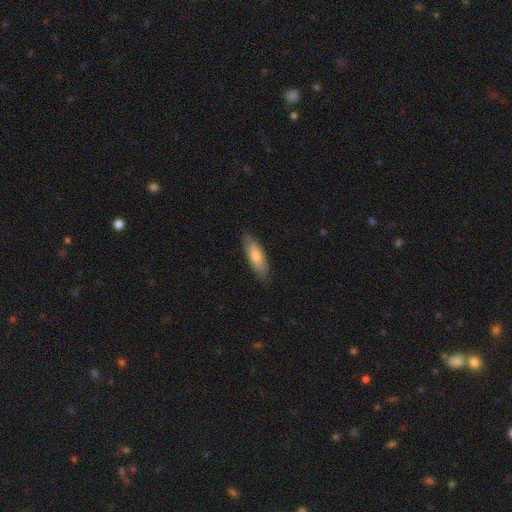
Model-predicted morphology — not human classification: A smooth galaxy with no disk features (71%) that is in between round and cigar-shaped (56%).

Vote fractions:
- Smooth or featured? smooth: 71% / featured or disk: 24% / star or artifact: 5%
- How rounded? in between: 56% / cigar-shaped: 43% / round: 2%
- Merging? none: 84% / minor disturbance: 13% / major disturbance: 2% / merger: 1%